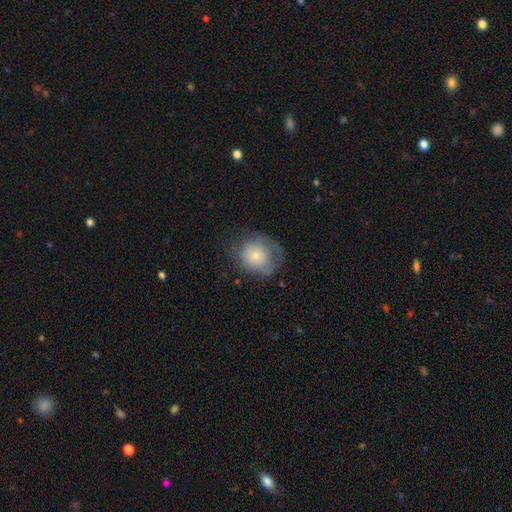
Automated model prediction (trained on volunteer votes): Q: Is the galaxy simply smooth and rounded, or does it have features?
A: smooth — 65%.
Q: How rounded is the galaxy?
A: round — 69%.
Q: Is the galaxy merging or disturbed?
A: none — 53%.